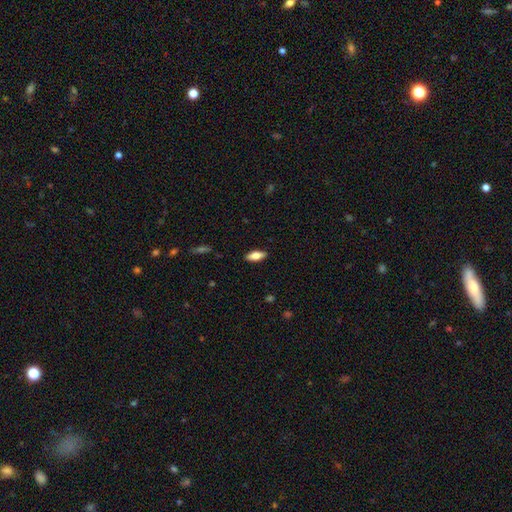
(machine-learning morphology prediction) This appears to be a smooth galaxy with no disk features (74%) that is in between round and cigar-shaped (78%). Merging: none (89%).